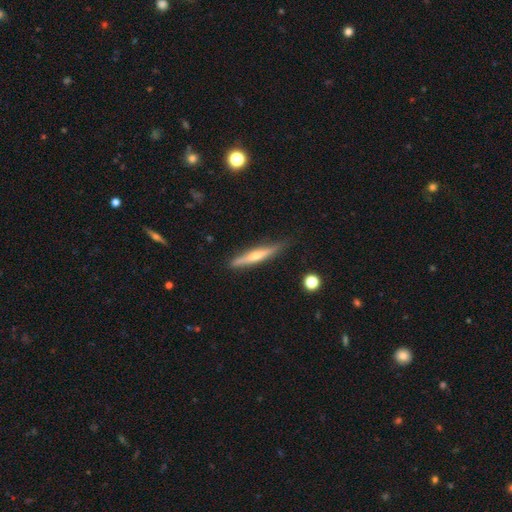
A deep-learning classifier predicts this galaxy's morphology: A featured or disk galaxy (56%) viewed edge-on (95%) with a rounded central bulge (74%). Merging: none (81%).